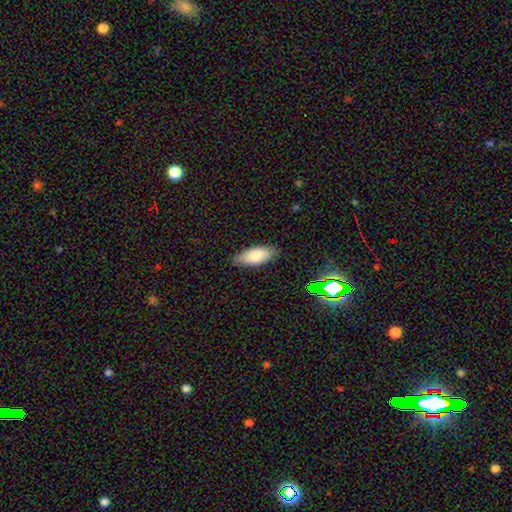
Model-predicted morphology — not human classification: Overall: smooth (82%). How rounded: in between (82%). Merging: none (85%).